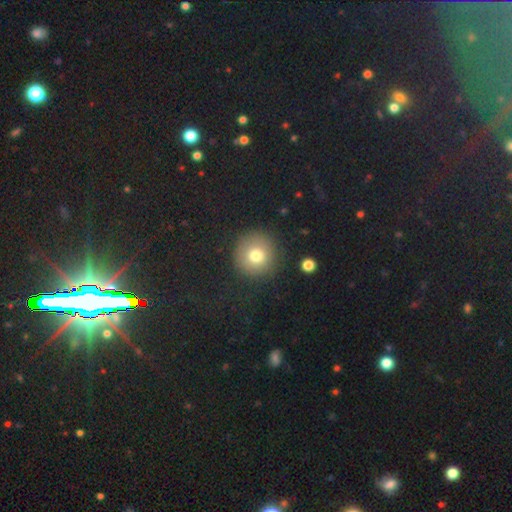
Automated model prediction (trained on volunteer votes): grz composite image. It shows a smooth galaxy with no disk features (76%) that is round (95%). Merging: none (87%).